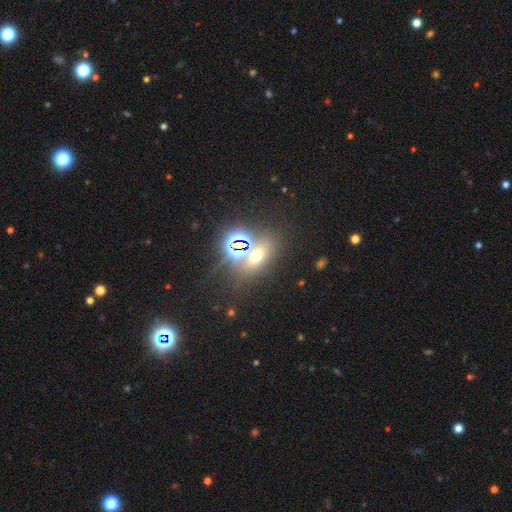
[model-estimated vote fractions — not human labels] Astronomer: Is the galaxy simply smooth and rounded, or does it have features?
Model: star or artifact — 47% (runner-up: smooth, 40%).